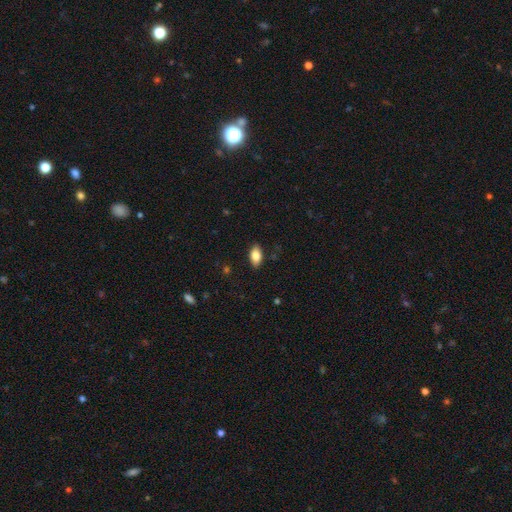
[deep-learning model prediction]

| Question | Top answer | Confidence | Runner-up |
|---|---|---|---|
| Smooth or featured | smooth | 82% | featured or disk (10%) |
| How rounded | in between | 91% | round (4%) |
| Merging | none | 87% | minor disturbance (10%) |